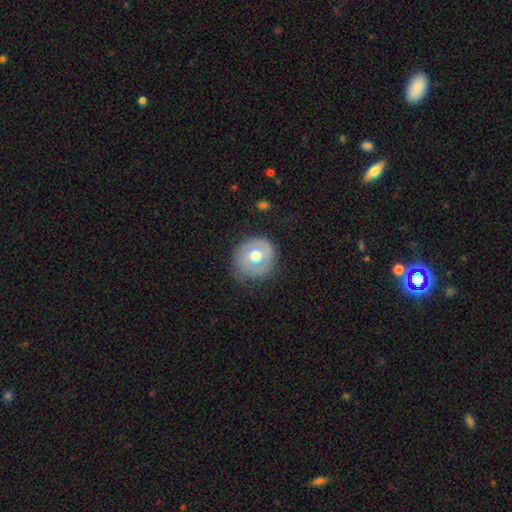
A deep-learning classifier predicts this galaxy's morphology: type=smooth (54%); roundness=round (85%); merging=none (72%).